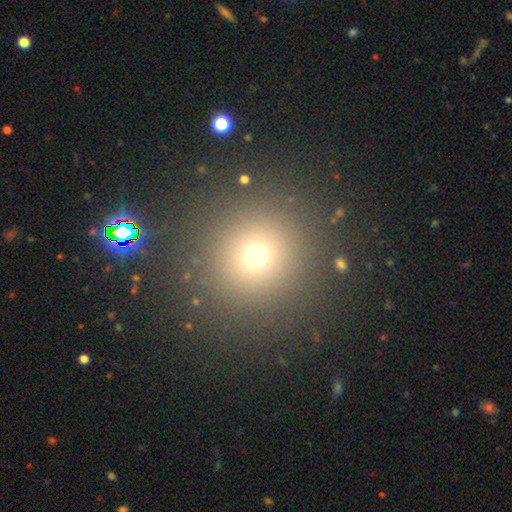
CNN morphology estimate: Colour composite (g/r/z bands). It shows a smooth galaxy with no disk features (66%) that is round (95%). Merging: none (89%).